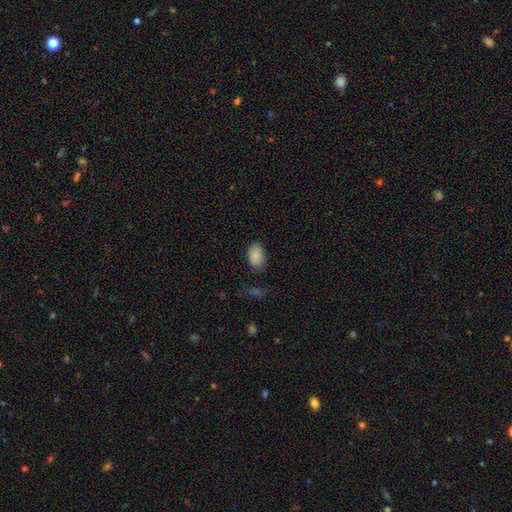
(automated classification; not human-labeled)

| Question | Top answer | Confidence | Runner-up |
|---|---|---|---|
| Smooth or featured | smooth | 87% | star or artifact (8%) |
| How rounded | in between | 90% | round (9%) |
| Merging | none | 79% | minor disturbance (16%) |